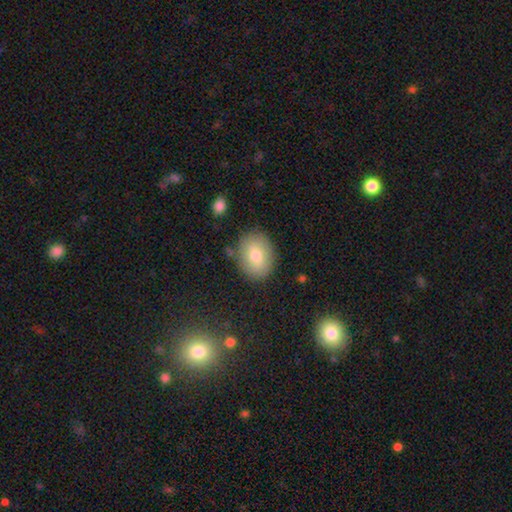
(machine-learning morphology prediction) type=smooth (77%); roundness=in between (61%); merging=none (83%).